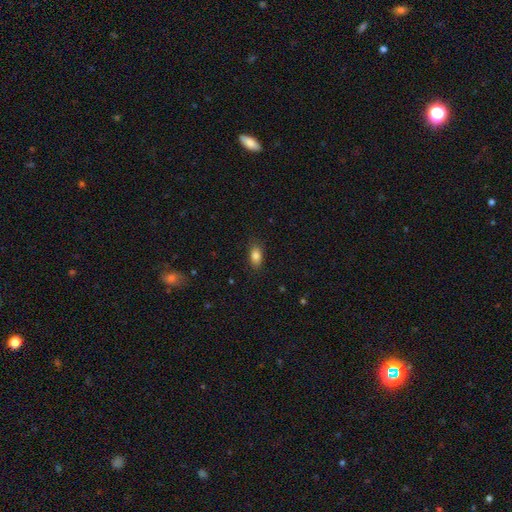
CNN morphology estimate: Smooth or featured?
  - smooth: 84% *
  - star or artifact: 9%
  - featured or disk: 7%
How rounded?
  - in between: 87% *
  - round: 8%
  - cigar-shaped: 5%
Merging?
  - none: 84% *
  - minor disturbance: 12%
  - major disturbance: 3%
  - merger: 1%